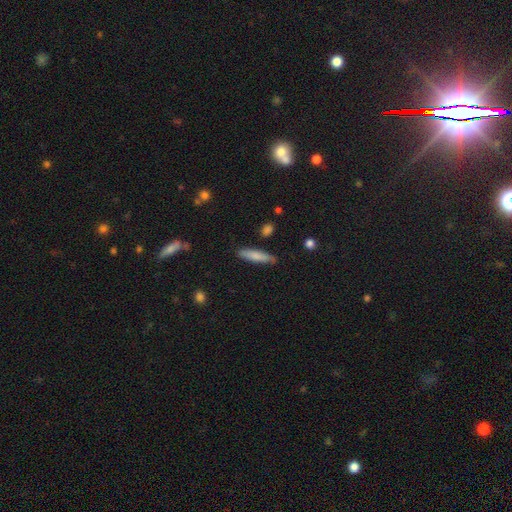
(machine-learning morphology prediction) A smooth galaxy with no disk features (77%) that is cigar-shaped (80%). Merging: none (81%).